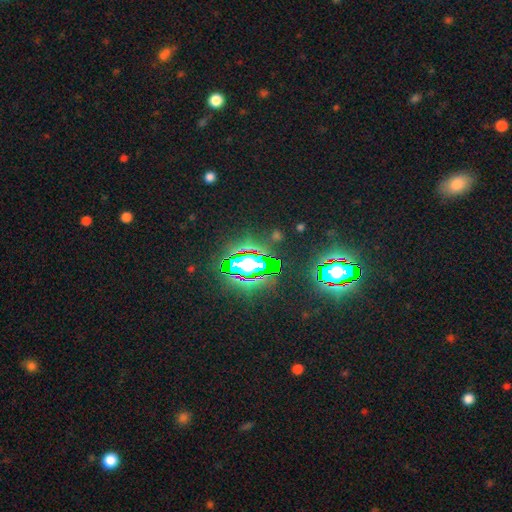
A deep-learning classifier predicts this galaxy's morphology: This is clearly a star or artifact rather than a galaxy (84%).